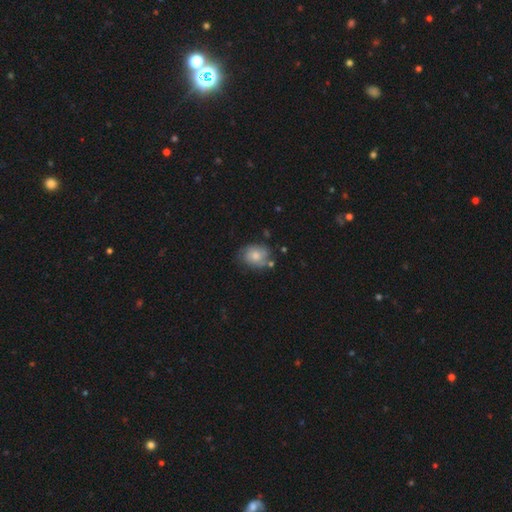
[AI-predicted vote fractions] Smooth or featured? Predicted: smooth (p=0.50). How rounded? Predicted: in between (p=0.49, tied with round). Merging? Predicted: none (p=0.61).